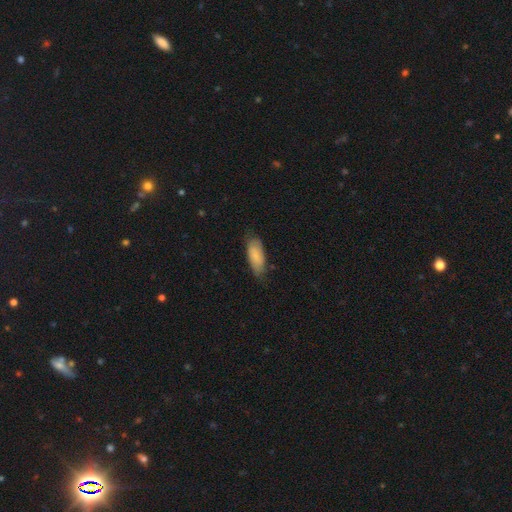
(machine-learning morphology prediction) type=smooth (81%); roundness=in between (79%); merging=none (68%).